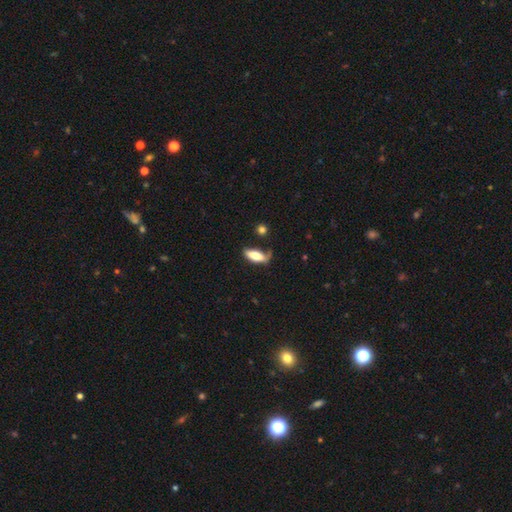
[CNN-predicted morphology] A smooth galaxy with no disk features (72%) that is in between round and cigar-shaped (68%).

Vote fractions:
- Smooth or featured? smooth: 72% / featured or disk: 21% / star or artifact: 7%
- How rounded? in between: 68% / cigar-shaped: 29% / round: 3%
- Merging? none: 49% / minor disturbance: 28% / major disturbance: 14% / merger: 9%